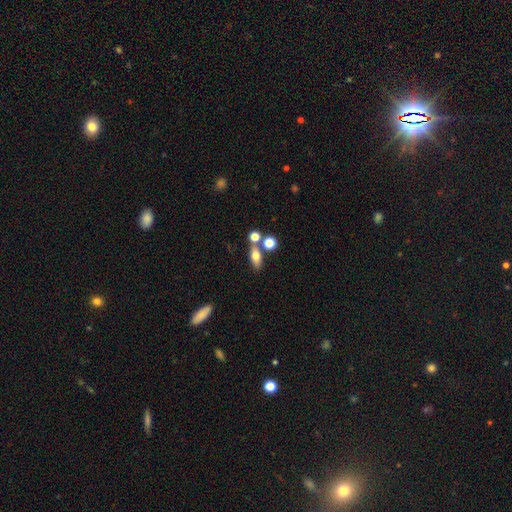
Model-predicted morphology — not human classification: This appears to be a smooth galaxy with no disk features (68%) that is in between round and cigar-shaped (69%). Merging: none (63%).